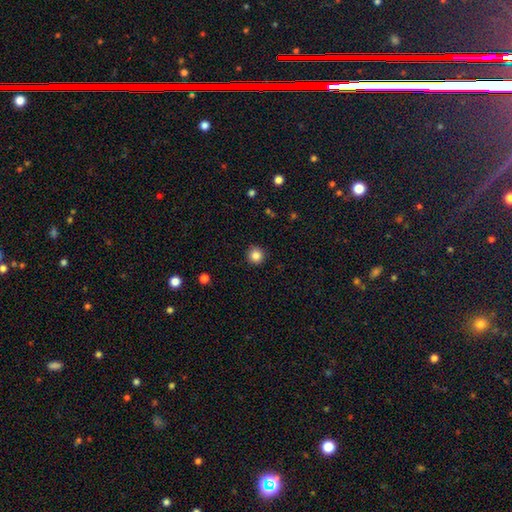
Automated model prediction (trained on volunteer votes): Smooth or featured? Predicted: smooth (p=0.84). How rounded? Predicted: round (p=0.95). Merging? Predicted: none (p=0.91).